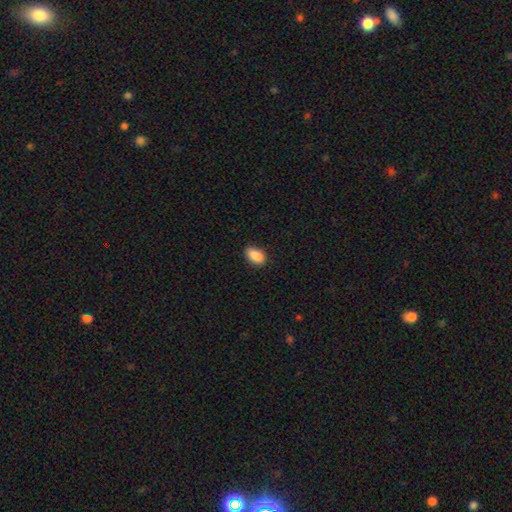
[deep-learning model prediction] Smooth or featured? Predicted: smooth (p=0.89). How rounded? Predicted: in between (p=0.90). Merging? Predicted: none (p=0.82).